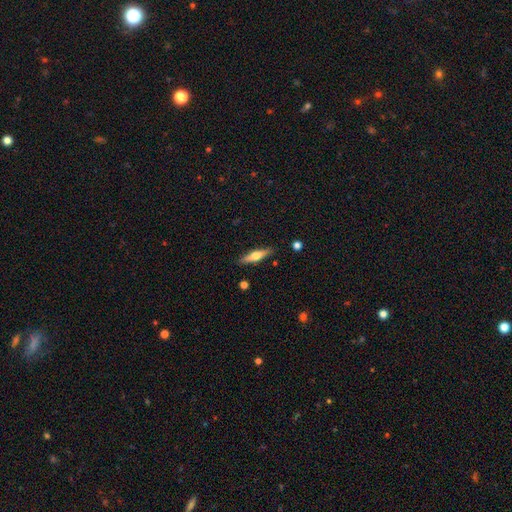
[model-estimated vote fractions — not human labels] Smooth or featured? Predicted: featured or disk (p=0.51). Edge-on disk? Predicted: yes (p=0.94). Merging? Predicted: none (p=0.89).